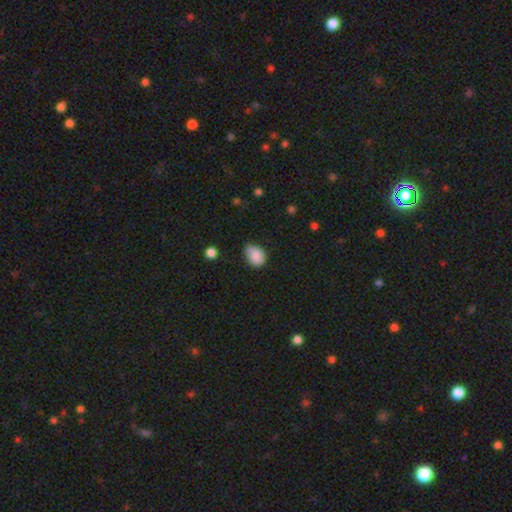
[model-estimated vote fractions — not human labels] Morphology: type=smooth (81%); roundness=in between (59%); merging=none (50%).